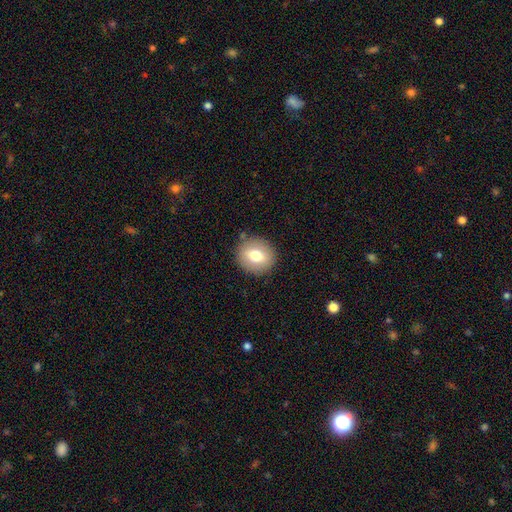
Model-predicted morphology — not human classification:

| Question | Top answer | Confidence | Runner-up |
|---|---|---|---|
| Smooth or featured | smooth | 72% | featured or disk (20%) |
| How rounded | round | 83% | in between (16%) |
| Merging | none | 87% | minor disturbance (8%) |